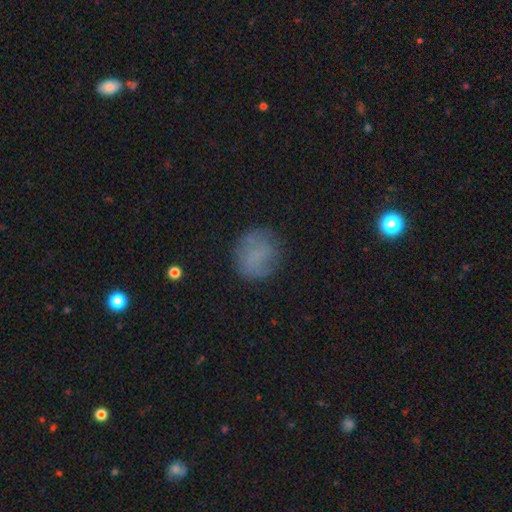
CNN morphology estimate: smooth-or-featured: smooth: 71% | featured or disk: 16% | star or artifact: 14%
  how-rounded: round: 78% | in between: 20% | cigar-shaped: 1%
  merging: none: 79% | minor disturbance: 14% | major disturbance: 6% | merger: 1%